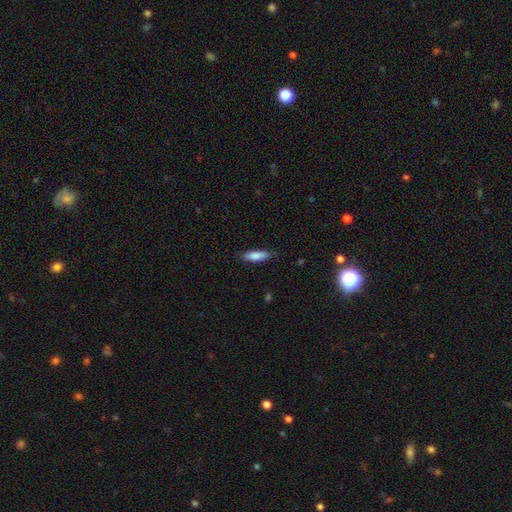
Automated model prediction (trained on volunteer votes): A smooth galaxy with no disk features (83%) that is cigar-shaped (53%).

Vote fractions:
- Smooth or featured? smooth: 83% / featured or disk: 11% / star or artifact: 6%
- How rounded? cigar-shaped: 53% / in between: 46% / round: 2%
- Merging? none: 81% / minor disturbance: 15% / major disturbance: 3% / merger: 1%